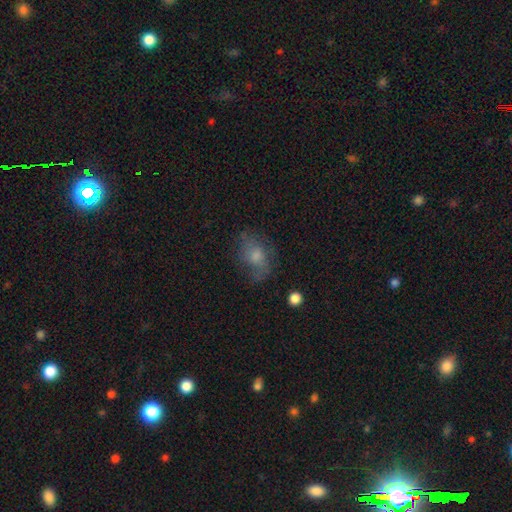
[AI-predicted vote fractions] A smooth galaxy with no disk features (52%) that is in between round and cigar-shaped (68%). Merging: none (62%).